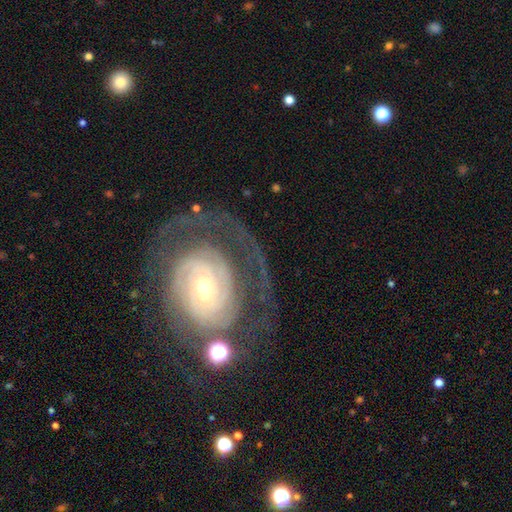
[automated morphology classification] A featured or disk galaxy (83%) with no bar (62%), 2 (37%) tight (66%) spiral arms (90%) and a small central bulge (72%).

Vote fractions:
- Smooth or featured? featured or disk: 83% / smooth: 10% / star or artifact: 7%
- Edge-on disk? no: 96% / yes: 4%
- Bar? no: 62% / weak: 27% / strong: 11%
- Spiral arms? yes: 90% / no: 10%
- Spiral winding? tight: 66% / medium: 25% / loose: 9%
- Spiral arm count? 2: 37% / can't tell: 33% / 3: 11% / 1: 9% / 4: 5% / more than 4: 5%
- Bulge size? small: 72% / moderate: 23% / large: 3% / dominant: 1% / none: 1%
- Merging? none: 60% / major disturbance: 20% / minor disturbance: 16% / merger: 4%